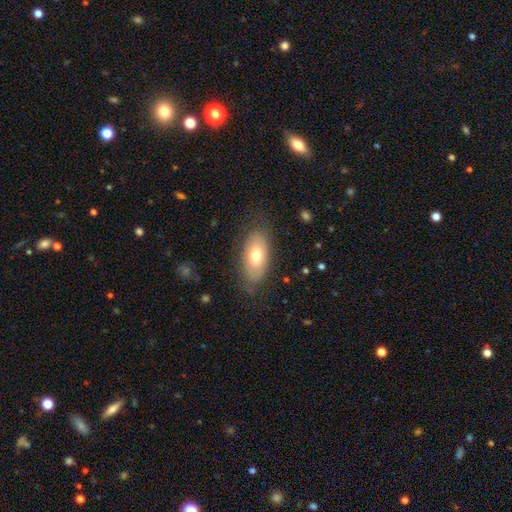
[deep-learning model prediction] Smooth or featured? smooth (69%)
How rounded? in between (89%)
Merging? none (77%)